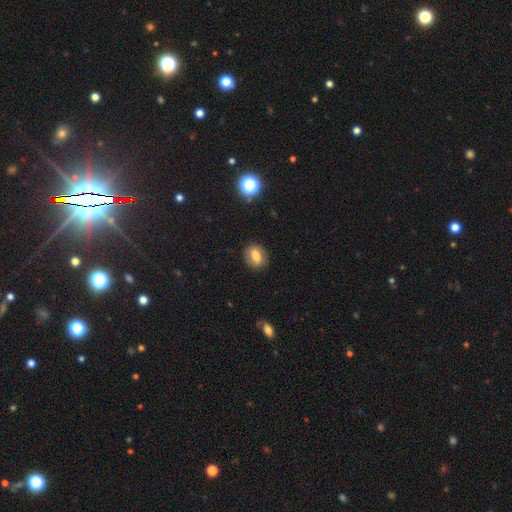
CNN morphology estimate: Q: Smooth or featured?
A: smooth (63%); runner-up: featured or disk (26%)
Q: How rounded?
A: in between (59%); runner-up: round (38%)
Q: Merging?
A: none (83%); runner-up: minor disturbance (12%)